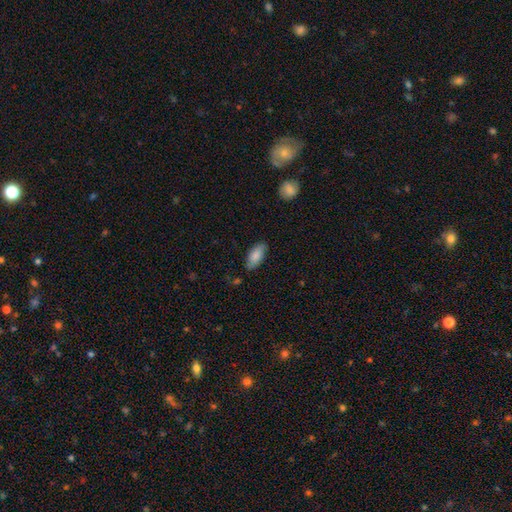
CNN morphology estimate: smooth-or-featured: smooth: 82% | featured or disk: 12% | star or artifact: 6%
  how-rounded: in between: 89% | cigar-shaped: 9% | round: 2%
  merging: none: 78% | minor disturbance: 17% | major disturbance: 3% | merger: 2%